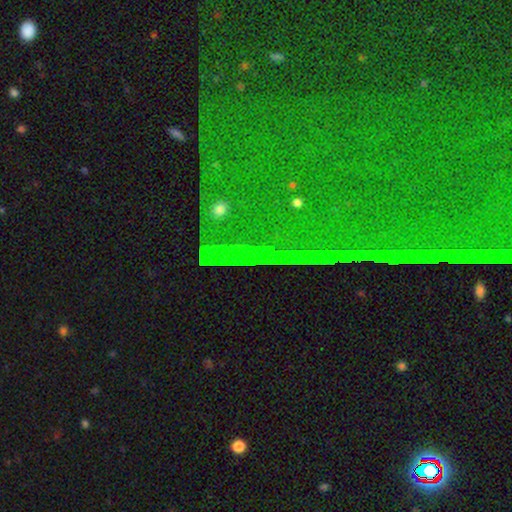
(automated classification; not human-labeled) Smooth or featured? Predicted: star or artifact (p=0.85).